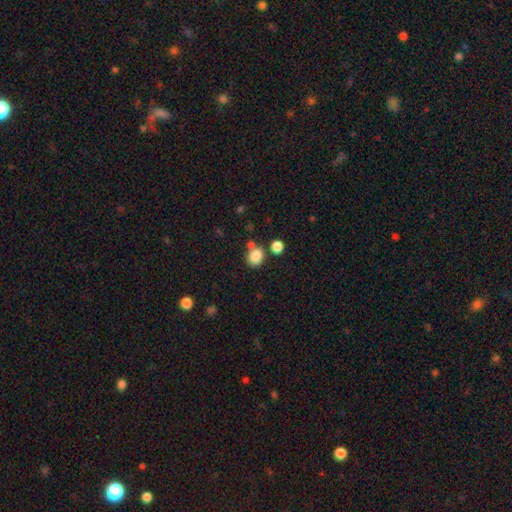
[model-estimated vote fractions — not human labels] This is clearly a smooth galaxy (85%). How rounded: likely round (62%). Merging: likely none (65%).